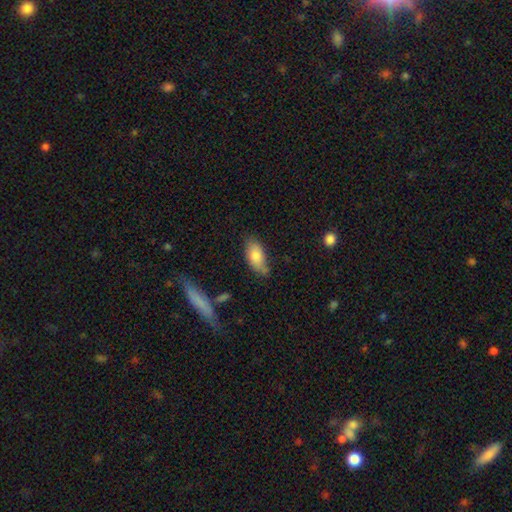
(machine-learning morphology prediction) type=smooth (80%); roundness=in between (89%); merging=none (62%).